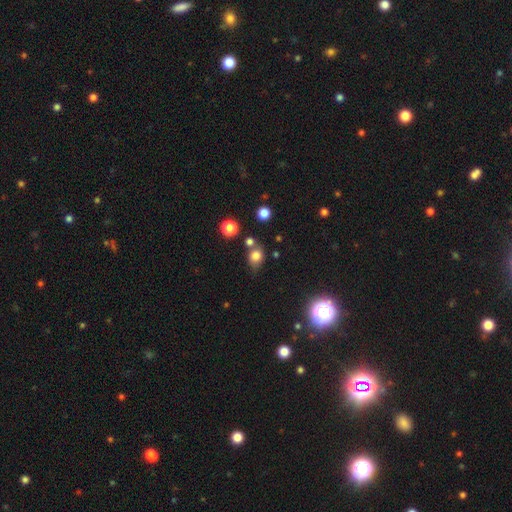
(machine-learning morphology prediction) Smooth or featured?
  - smooth: 77% *
  - star or artifact: 14%
  - featured or disk: 9%
How rounded?
  - round: 57% *
  - in between: 42%
  - cigar-shaped: 1%
Merging?
  - none: 58% *
  - minor disturbance: 21%
  - merger: 14%
  - major disturbance: 7%